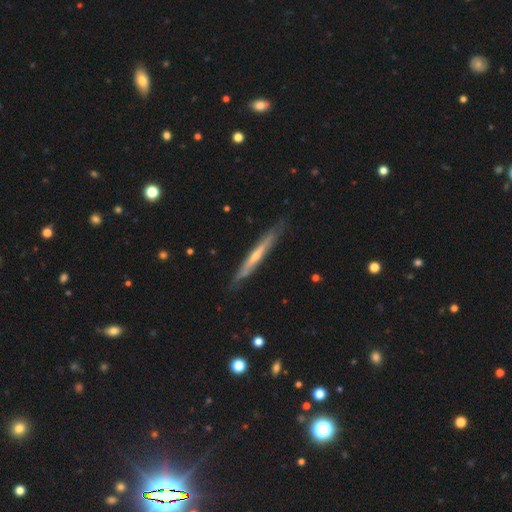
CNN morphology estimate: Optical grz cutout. It shows a featured or disk galaxy (63%) viewed edge-on (93%) with a rounded central bulge (55%). Merging: none (83%).